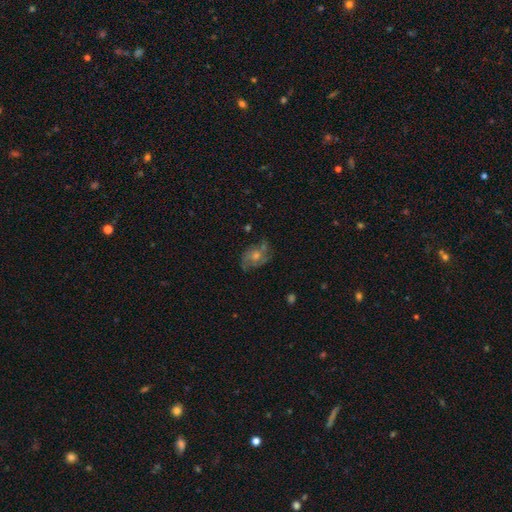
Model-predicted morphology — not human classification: This is likely a featured or disk galaxy (61%). It is clearly not viewed edge-on (96%). Bar: likely no (77%). Spiral arm pattern: likely yes (78%). Central bulge: likely moderate (61%). Merging: likely none (67%).